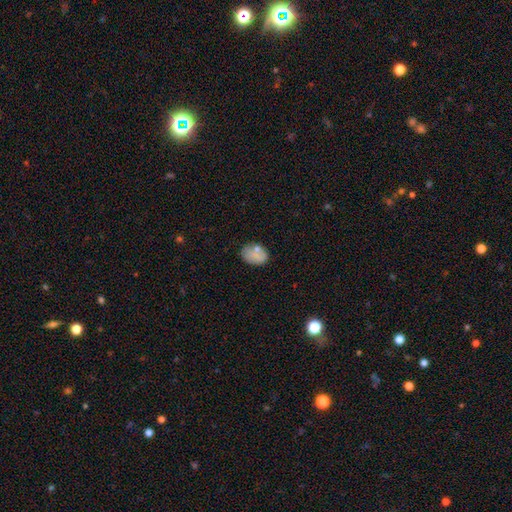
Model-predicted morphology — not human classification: A smooth galaxy with no disk features (77%) that is in between round and cigar-shaped (72%).

Vote fractions:
- Smooth or featured? smooth: 77% / featured or disk: 14% / star or artifact: 9%
- How rounded? in between: 72% / round: 26% / cigar-shaped: 1%
- Merging? none: 65% / minor disturbance: 20% / merger: 10% / major disturbance: 5%